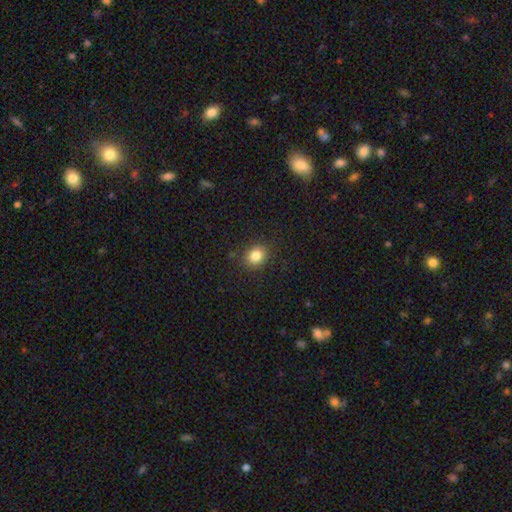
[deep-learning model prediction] The model was most divided on "how rounded": round: 62%, in between: 37%, cigar-shaped: 1%. More confident: merging — none (87%); smooth or featured — smooth (83%).